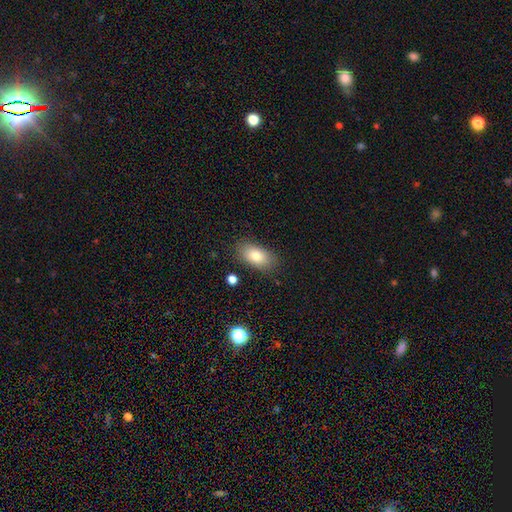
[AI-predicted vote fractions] A smooth galaxy with no disk features (82%) that is in between round and cigar-shaped (91%).

Vote fractions:
- Smooth or featured? smooth: 82% / featured or disk: 10% / star or artifact: 8%
- How rounded? in between: 91% / round: 6% / cigar-shaped: 3%
- Merging? none: 83% / minor disturbance: 12% / major disturbance: 3% / merger: 2%